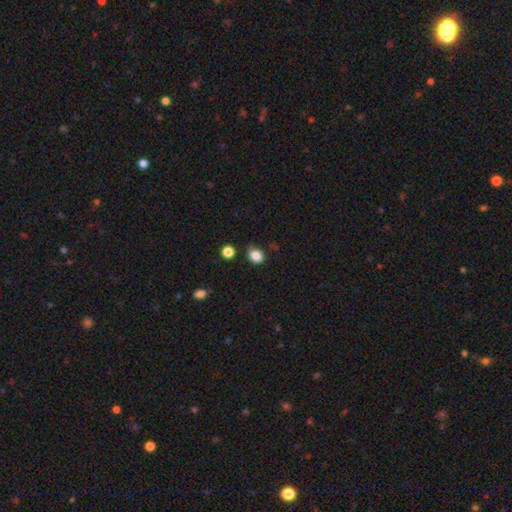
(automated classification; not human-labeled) The model was most divided on "how rounded": round: 53%, in between: 46%, cigar-shaped: 1%. More confident: smooth or featured — smooth (85%); merging — none (73%).